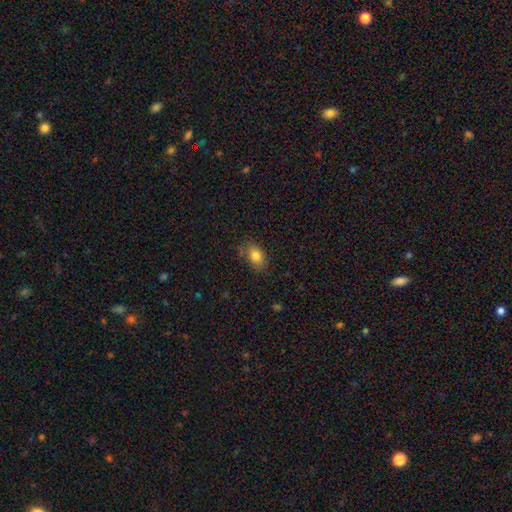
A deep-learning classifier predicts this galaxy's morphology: The model was most divided on "merging": none: 77%, minor disturbance: 18%, major disturbance: 4%, merger: 2%. More confident: how rounded — in between (84%); smooth or featured — smooth (80%).